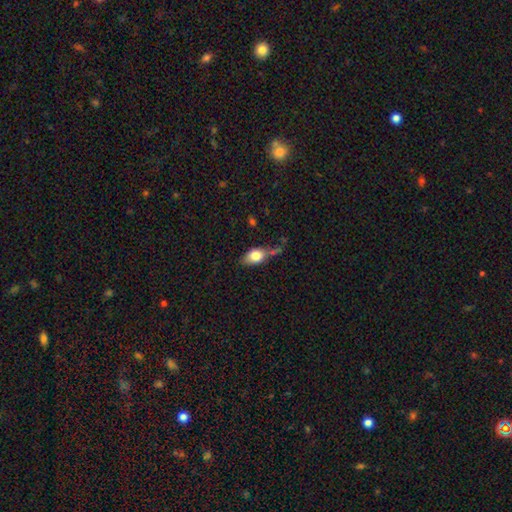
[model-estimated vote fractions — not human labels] A smooth galaxy with no disk features (76%) that is in between round and cigar-shaped (81%).

Vote fractions:
- Smooth or featured? smooth: 76% / featured or disk: 16% / star or artifact: 8%
- How rounded? in between: 81% / round: 15% / cigar-shaped: 5%
- Merging? none: 49% / minor disturbance: 30% / major disturbance: 12% / merger: 10%